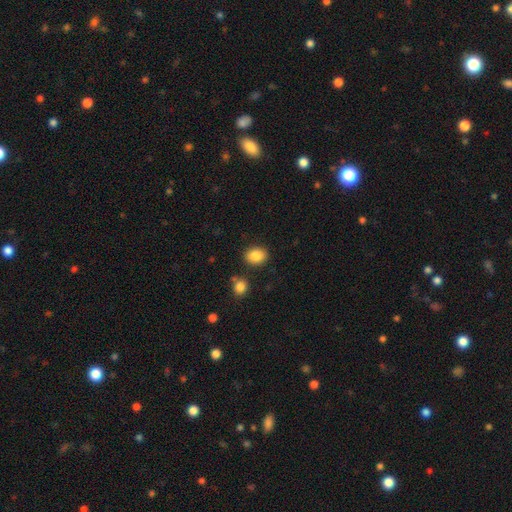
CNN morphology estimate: smooth-or-featured: smooth: 87% | star or artifact: 9% | featured or disk: 5%
  how-rounded: in between: 59% | round: 40% | cigar-shaped: 1%
  merging: none: 84% | minor disturbance: 9% | merger: 4% | major disturbance: 3%